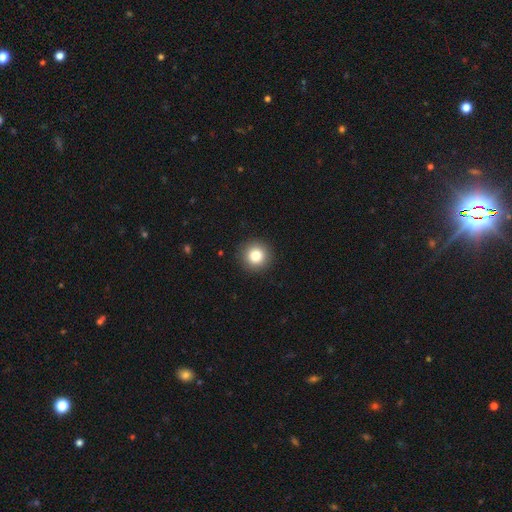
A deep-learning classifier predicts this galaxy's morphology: Q: Smooth or featured?
A: smooth (82%); runner-up: star or artifact (11%)
Q: How rounded?
A: round (95%); runner-up: in between (4%)
Q: Merging?
A: none (92%); runner-up: minor disturbance (5%)